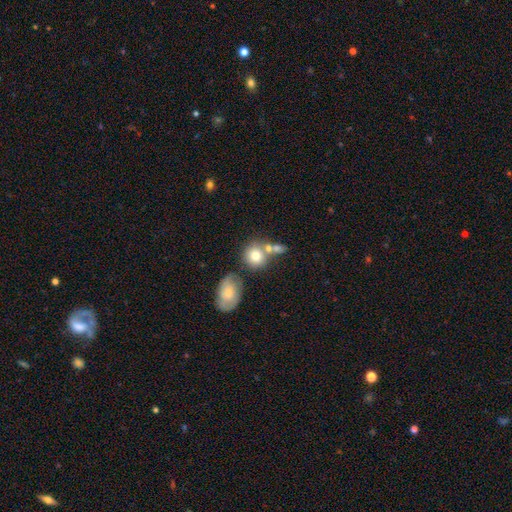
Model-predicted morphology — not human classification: Q: Smooth or featured?
A: smooth (75%); runner-up: featured or disk (16%)
Q: How rounded?
A: round (77%); runner-up: in between (22%)
Q: Merging?
A: none (51%); runner-up: merger (33%)